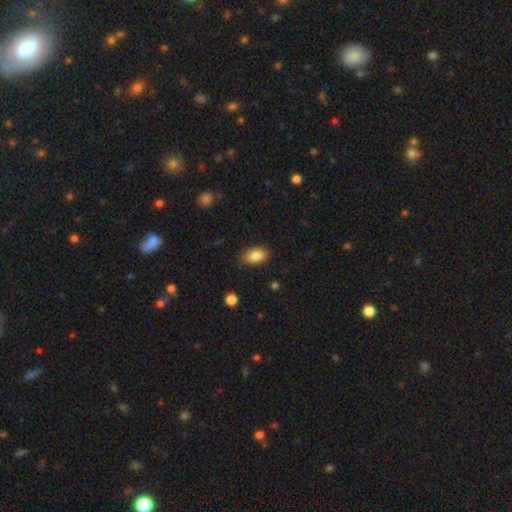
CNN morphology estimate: smooth-or-featured: smooth: 86% | star or artifact: 8% | featured or disk: 7%
  how-rounded: in between: 91% | round: 7% | cigar-shaped: 2%
  merging: none: 82% | minor disturbance: 14% | major disturbance: 3% | merger: 1%